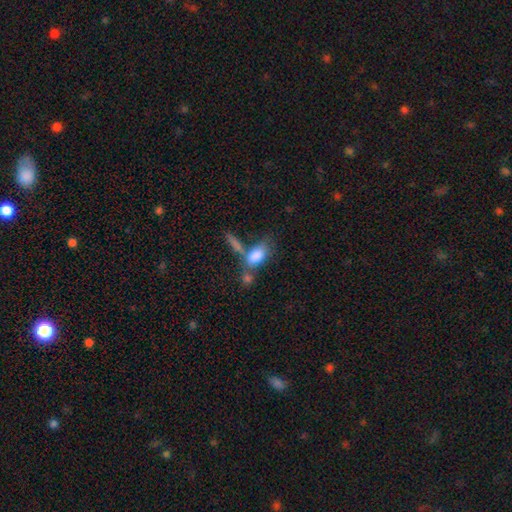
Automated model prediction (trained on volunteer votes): Smooth or featured? Predicted: smooth (p=0.80). How rounded? Predicted: in between (p=0.85). Merging? Predicted: merger (p=0.41).